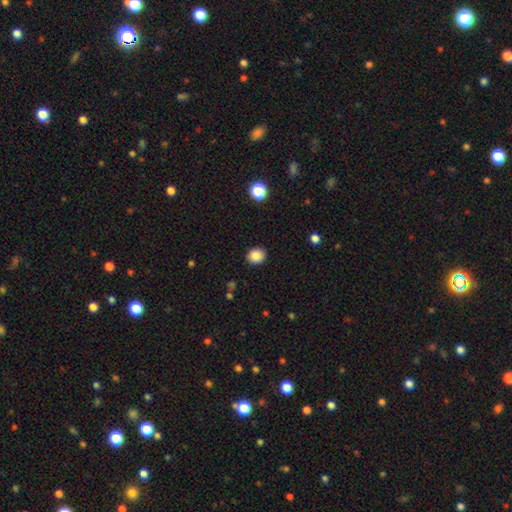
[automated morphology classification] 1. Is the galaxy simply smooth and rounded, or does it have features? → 87% smooth, 10% star or artifact, 4% featured or disk.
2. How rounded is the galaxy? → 74% round, 25% in between, 1% cigar-shaped.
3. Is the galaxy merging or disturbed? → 89% none, 8% minor disturbance, 2% major disturbance, 1% merger.